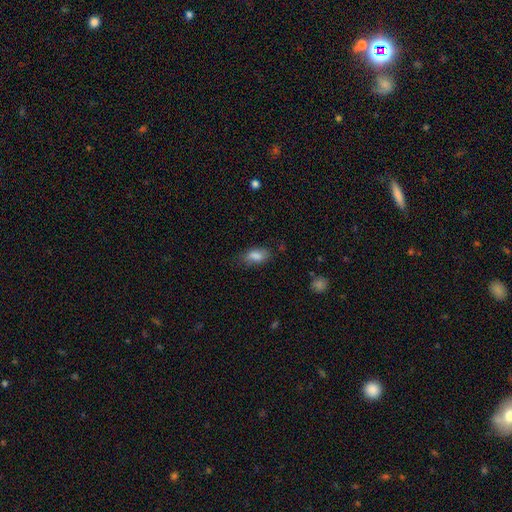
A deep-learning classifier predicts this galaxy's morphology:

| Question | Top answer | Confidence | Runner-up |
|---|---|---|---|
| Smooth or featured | smooth | 82% | featured or disk (10%) |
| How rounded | in between | 87% | cigar-shaped (9%) |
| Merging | none | 70% | minor disturbance (22%) |